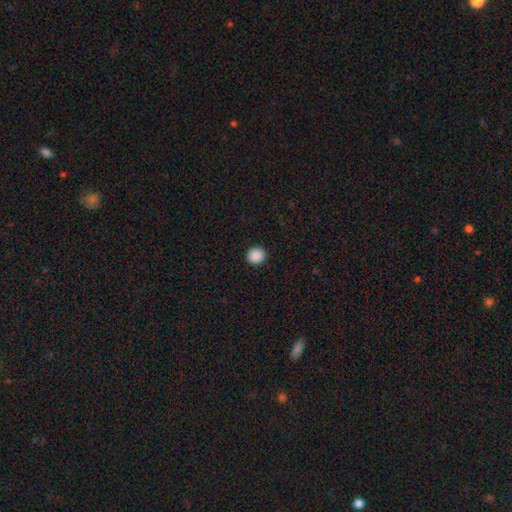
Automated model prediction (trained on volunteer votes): The model was most divided on "how rounded": round: 83%, in between: 16%, cigar-shaped: 1%. More confident: merging — none (92%); smooth or featured — smooth (89%).